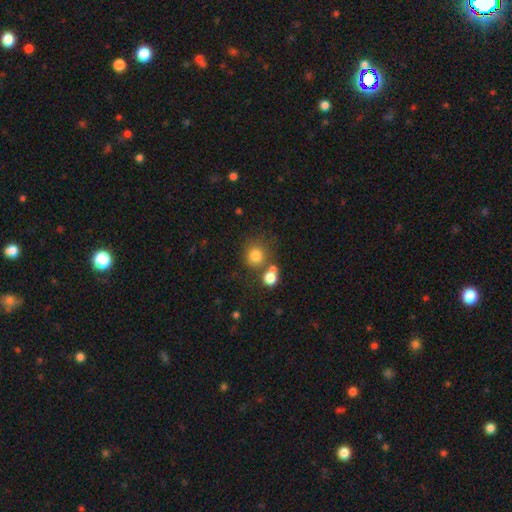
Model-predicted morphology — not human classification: Smooth or featured: smooth — 78% (star or artifact — 13%)
How rounded: round — 87% (in between — 12%)
Merging: none — 63% (merger — 22%)